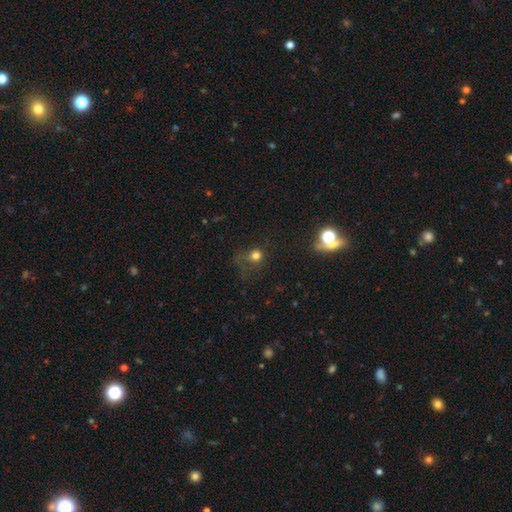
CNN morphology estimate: This is likely a smooth galaxy (70%). How rounded: clearly round (83%). Merging: possibly none (52%).